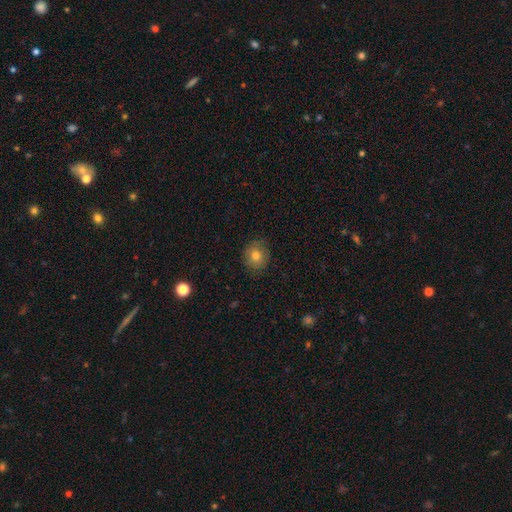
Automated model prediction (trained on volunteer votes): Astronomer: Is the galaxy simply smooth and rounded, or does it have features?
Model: smooth — 77%.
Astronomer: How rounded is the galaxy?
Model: round — 74%.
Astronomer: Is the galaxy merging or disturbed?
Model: none — 83%.